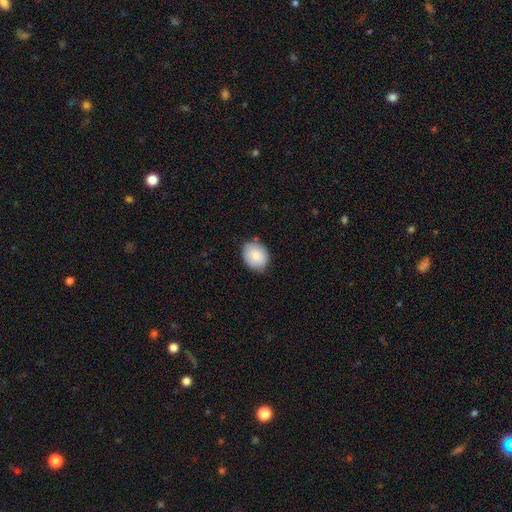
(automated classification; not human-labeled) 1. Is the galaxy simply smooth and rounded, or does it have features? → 83% smooth, 10% featured or disk, 7% star or artifact.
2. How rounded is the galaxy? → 51% in between, 48% round, 1% cigar-shaped.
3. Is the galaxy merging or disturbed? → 76% none, 19% minor disturbance, 3% major disturbance, 1% merger.